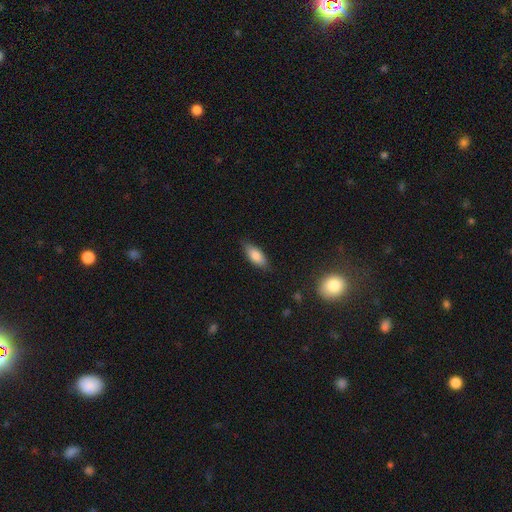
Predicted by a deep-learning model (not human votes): Smooth or featured: smooth — 81% (featured or disk — 12%)
How rounded: in between — 80% (cigar-shaped — 18%)
Merging: none — 81% (minor disturbance — 15%)